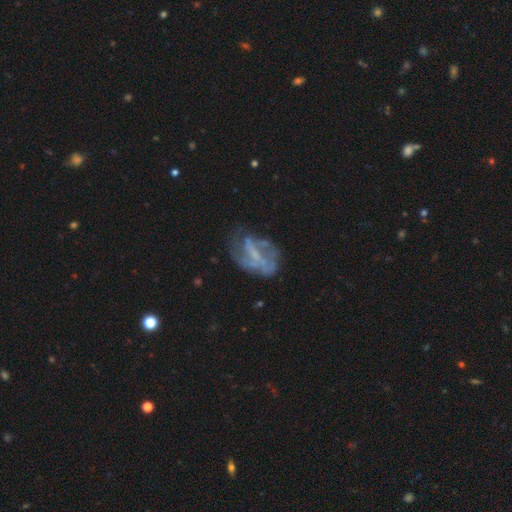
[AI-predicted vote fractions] This is likely a featured or disk galaxy (74%). It is clearly not viewed edge-on (97%). Bar: marginally weak (41%). Spiral arm pattern: likely yes (67%). Central bulge: marginally none (44%). Merging: possibly none (48%).